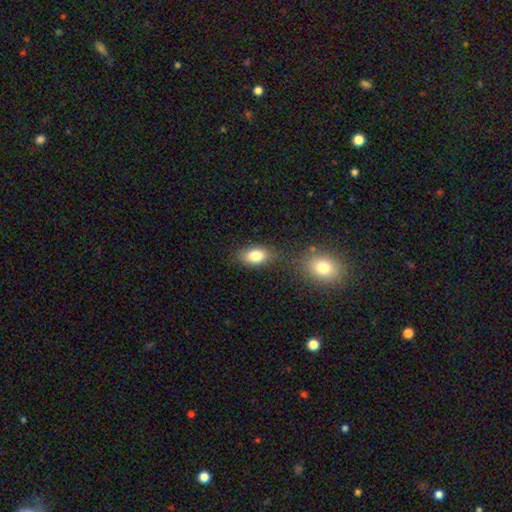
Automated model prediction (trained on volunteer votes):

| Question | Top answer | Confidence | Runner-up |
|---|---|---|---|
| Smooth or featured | smooth | 82% | featured or disk (10%) |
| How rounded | in between | 87% | round (10%) |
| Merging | none | 75% | minor disturbance (14%) |